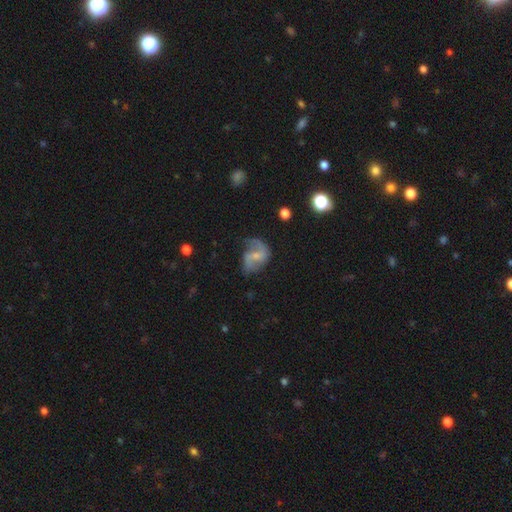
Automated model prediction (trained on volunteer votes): This is likely a featured or disk galaxy (73%). It is clearly not viewed edge-on (98%). Bar: possibly weak (48%). Spiral arm pattern: clearly yes (90%). Spiral arm count: clearly 2 (80%). Spiral winding: possibly loose (51%). Central bulge: possibly small (56%). Merging: possibly none (52%).